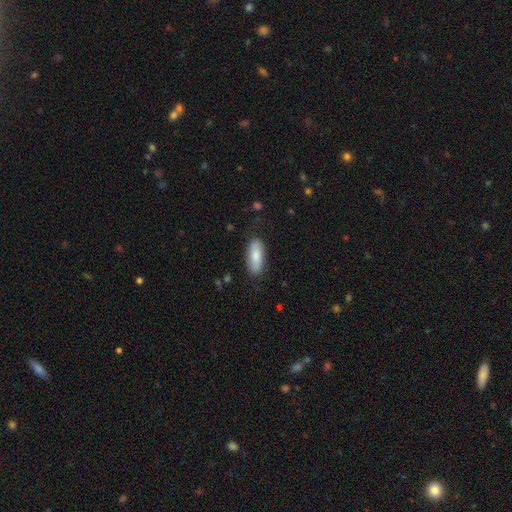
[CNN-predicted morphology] Overall: smooth (80%). How rounded: in between (80%). Merging: none (80%).